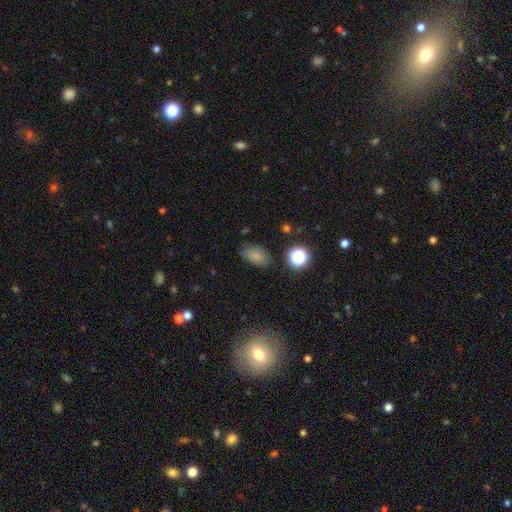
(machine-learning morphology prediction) smooth-or-featured: smooth: 79% | star or artifact: 13% | featured or disk: 8%
  how-rounded: in between: 85% | round: 14% | cigar-shaped: 2%
  merging: none: 78% | minor disturbance: 16% | major disturbance: 4% | merger: 2%